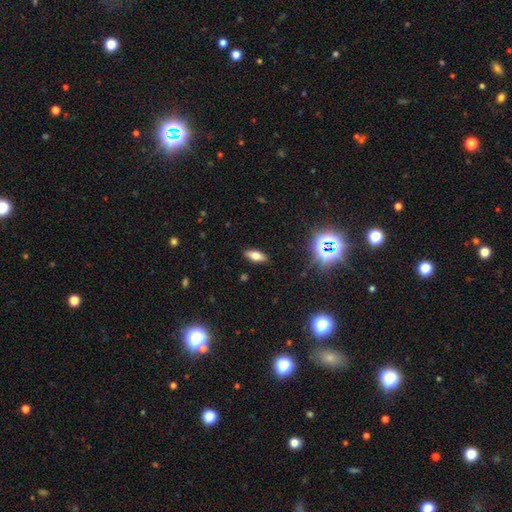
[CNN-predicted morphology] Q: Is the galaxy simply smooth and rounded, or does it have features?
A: smooth — 66%.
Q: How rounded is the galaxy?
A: in between — 76%.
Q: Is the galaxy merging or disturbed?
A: none — 88%.